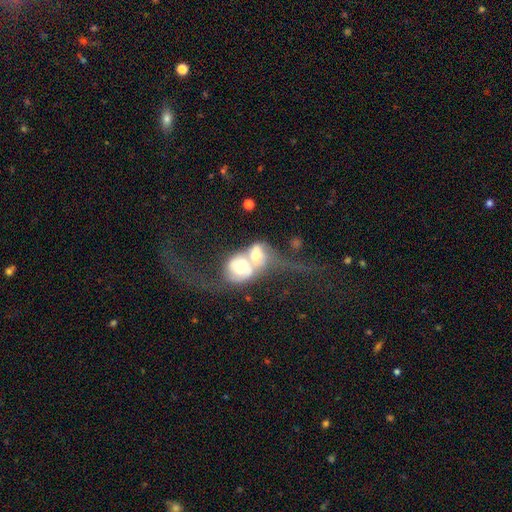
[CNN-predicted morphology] The model was most divided on "spiral arms": yes: 52%, no: 48%. Remaining: edge-on disk — no (93%); merging — merger (80%); bar — no (73%); smooth or featured — featured or disk (55%); bulge size — moderate (44%).